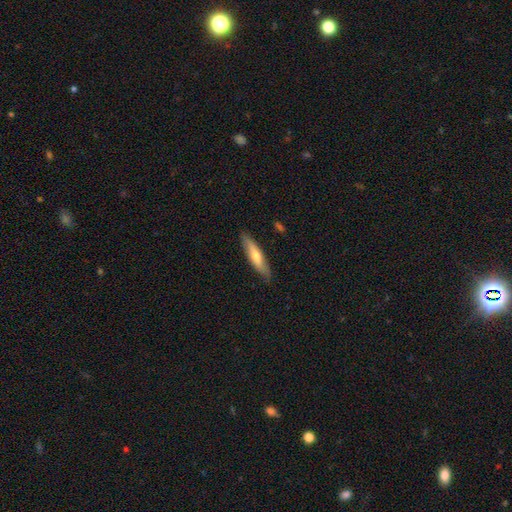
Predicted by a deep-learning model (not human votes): smooth_or_featured: smooth (p=0.59) [alt: featured or disk p=0.36]
how_rounded: cigar-shaped (p=0.79) [alt: in between p=0.20]
merging: none (p=0.86) [alt: minor disturbance p=0.11]